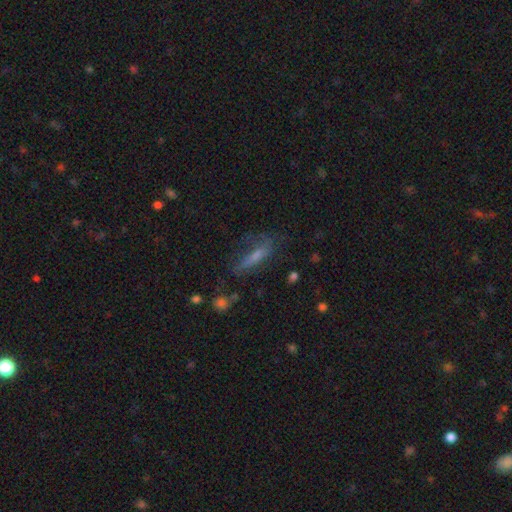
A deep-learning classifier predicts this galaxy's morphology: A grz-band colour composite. It shows a smooth galaxy with no disk features (53%) that is cigar-shaped (67%). Merging: none (54%).